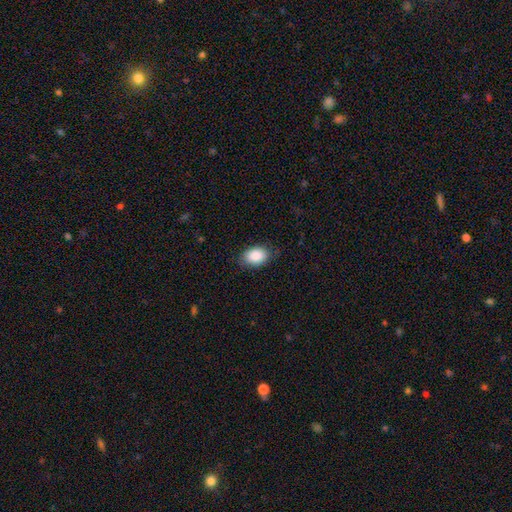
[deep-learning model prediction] Overall: smooth (89%). How rounded: in between (84%). Merging: none (82%).